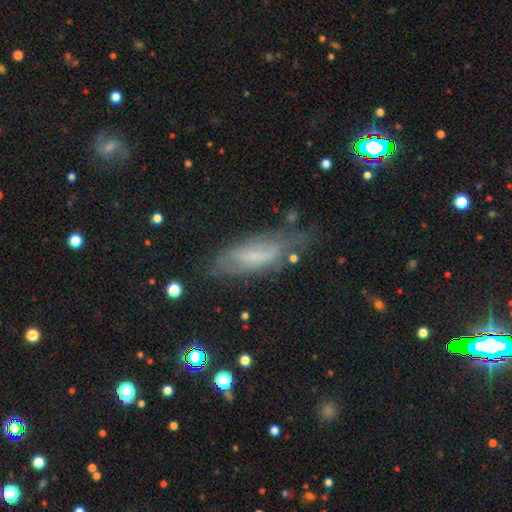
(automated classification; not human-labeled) A smooth galaxy with no disk features (45%). Merging: none (56%).